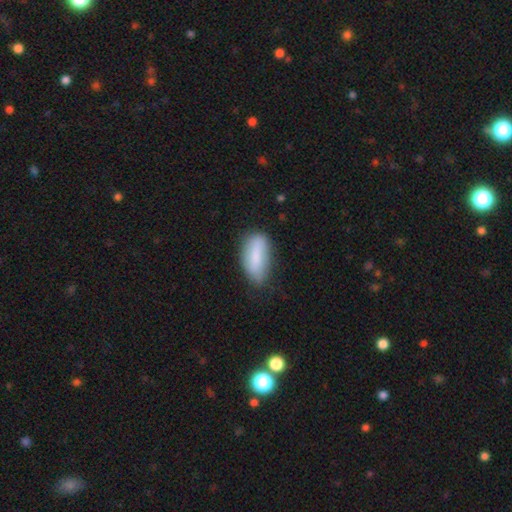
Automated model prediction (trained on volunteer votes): Morphology: type=smooth (75%); roundness=in between (81%); merging=none (65%).